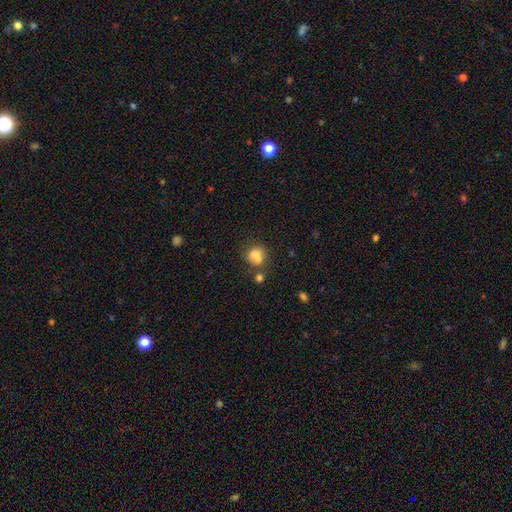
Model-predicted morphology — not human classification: Smooth or featured?
  - smooth: 78% *
  - star or artifact: 11%
  - featured or disk: 11%
How rounded?
  - round: 59% *
  - in between: 40%
  - cigar-shaped: 1%
Merging?
  - none: 49% *
  - merger: 27%
  - minor disturbance: 17%
  - major disturbance: 6%